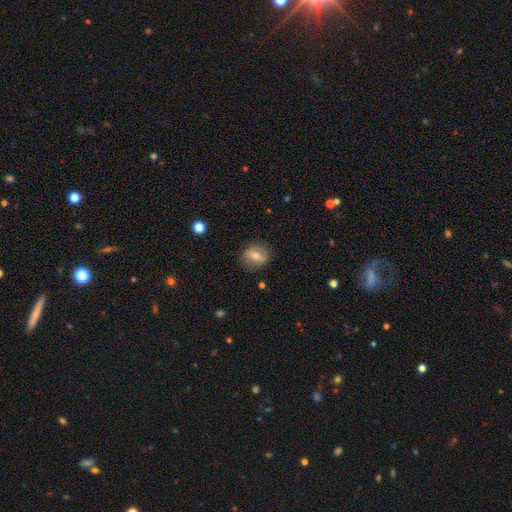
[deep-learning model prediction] The model was most divided on "smooth or featured": featured or disk: 48%, smooth: 44%, star or artifact: 8%. More confident: merging — none (82%).